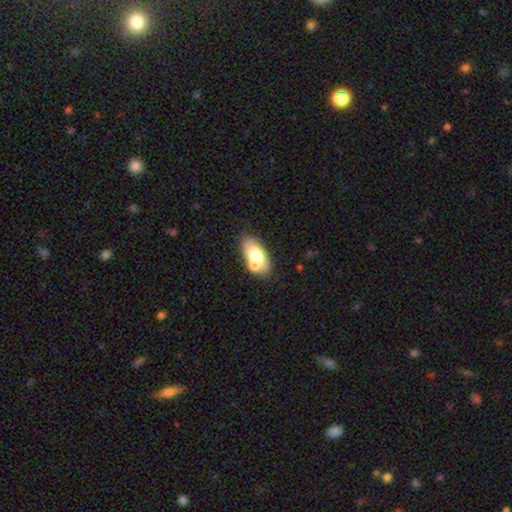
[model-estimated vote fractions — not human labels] Overall: smooth (67%). How rounded: in between (90%). Merging: none (54%; merger 29%).